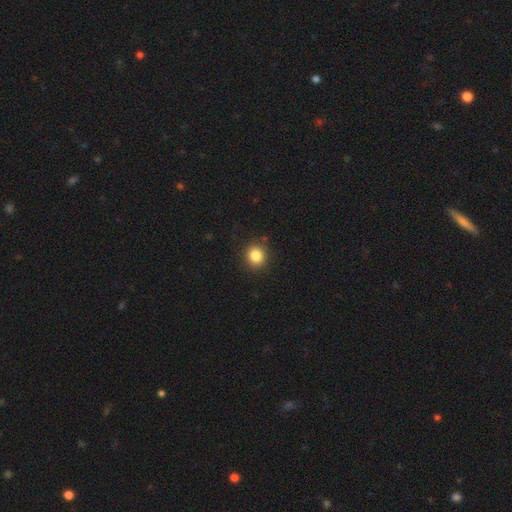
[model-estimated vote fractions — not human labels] A smooth galaxy with no disk features (85%) that is round (85%).

Vote fractions:
- Smooth or featured? smooth: 85% / star or artifact: 11% / featured or disk: 5%
- How rounded? round: 85% / in between: 14% / cigar-shaped: 1%
- Merging? none: 89% / minor disturbance: 7% / major disturbance: 2% / merger: 1%